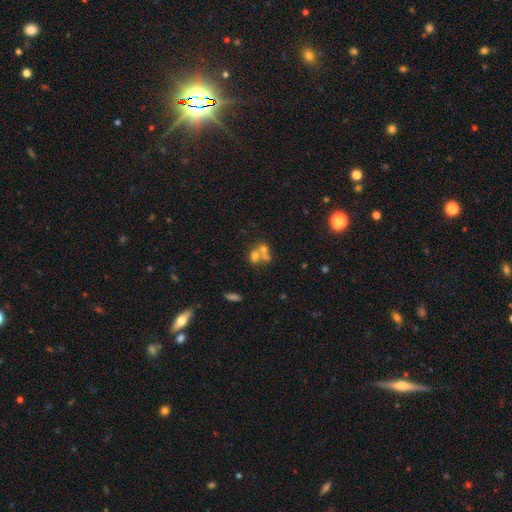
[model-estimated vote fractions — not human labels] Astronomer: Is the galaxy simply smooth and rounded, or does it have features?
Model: smooth — 52% (runner-up: featured or disk, 30%).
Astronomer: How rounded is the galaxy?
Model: round — 58% (runner-up: in between, 40%).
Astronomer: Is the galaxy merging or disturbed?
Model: merger — 61%.